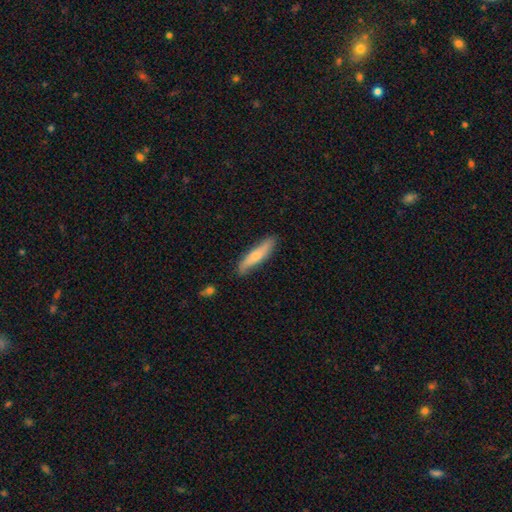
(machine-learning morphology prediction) This appears to be a smooth galaxy with no disk features (63%) that is cigar-shaped (81%). Merging: none (80%).